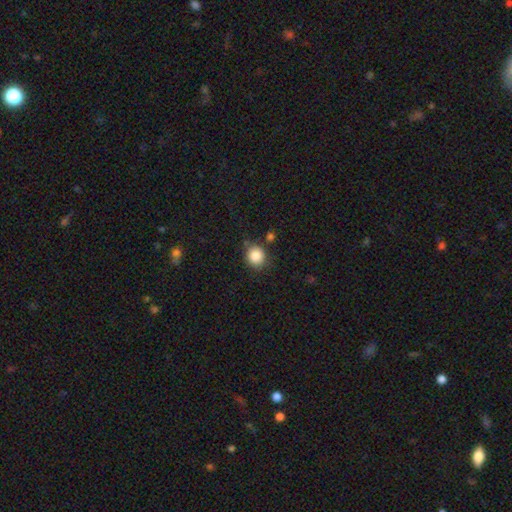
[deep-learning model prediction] This is clearly a smooth galaxy (86%). How rounded: clearly round (86%). Merging: likely none (78%).